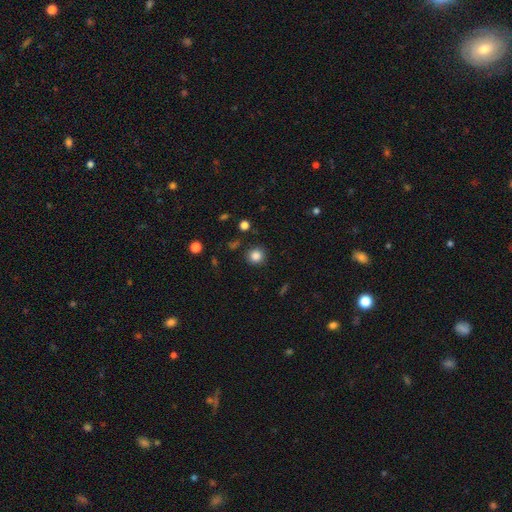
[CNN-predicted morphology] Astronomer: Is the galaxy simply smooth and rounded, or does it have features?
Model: smooth — 84%.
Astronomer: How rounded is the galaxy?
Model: round — 91%.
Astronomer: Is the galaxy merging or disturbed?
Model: none — 88%.